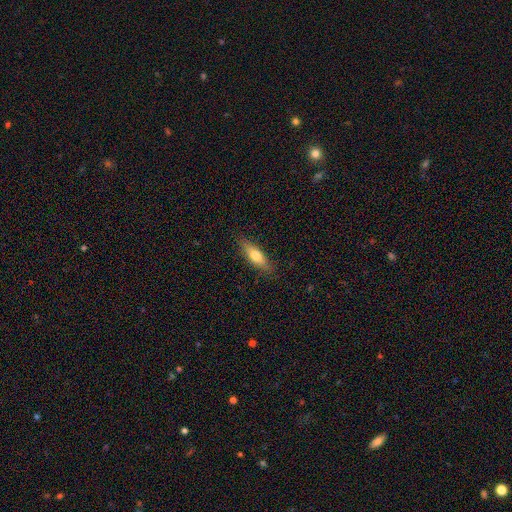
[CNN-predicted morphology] This appears to be a smooth galaxy with no disk features (66%) that is cigar-shaped (49%, tied with in between). Merging: none (86%).